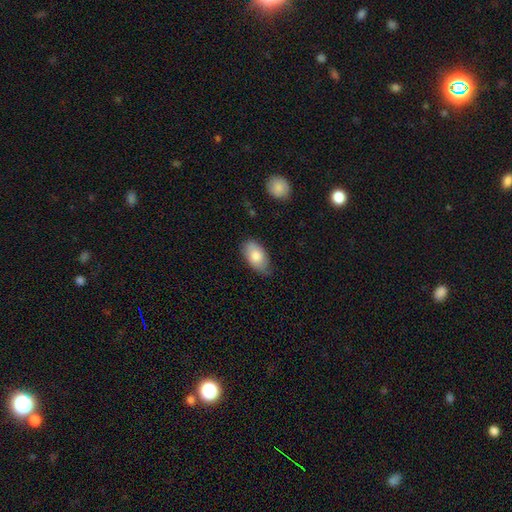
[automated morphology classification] Smooth or featured: smooth — 80% (featured or disk — 14%)
How rounded: in between — 94% (round — 4%)
Merging: none — 71% (minor disturbance — 24%)